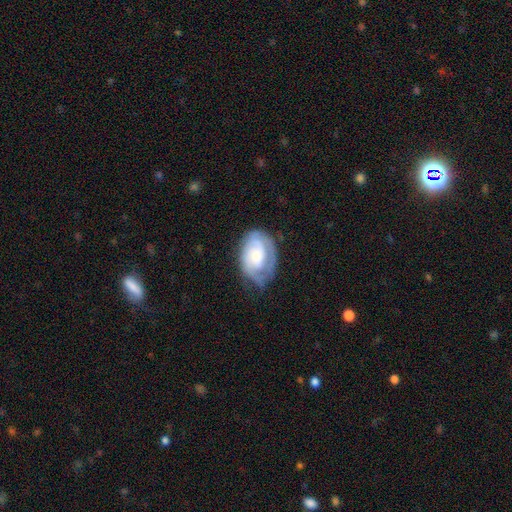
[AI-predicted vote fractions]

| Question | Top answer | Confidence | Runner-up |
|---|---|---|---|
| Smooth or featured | featured or disk | 73% | smooth (22%) |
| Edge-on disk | no | 97% | yes (3%) |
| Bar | no | 68% | weak (26%) |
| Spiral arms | yes | 90% | no (10%) |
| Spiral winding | tight | 59% | medium (31%) |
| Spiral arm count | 2 | 44% | can't tell (28%) |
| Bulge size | small | 48% | moderate (39%) |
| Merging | none | 62% | minor disturbance (26%) |